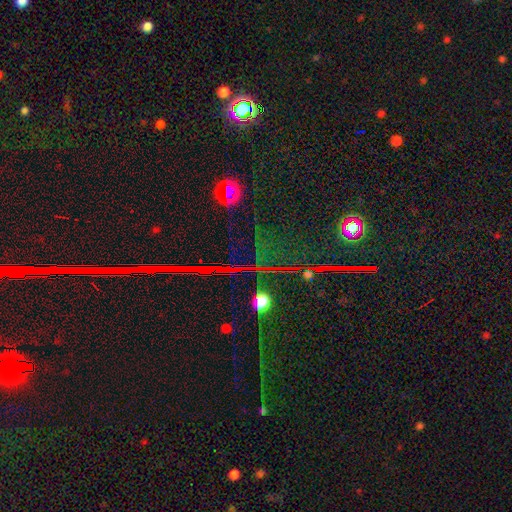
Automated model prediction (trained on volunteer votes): Smooth or featured? Predicted: star or artifact (p=0.80).